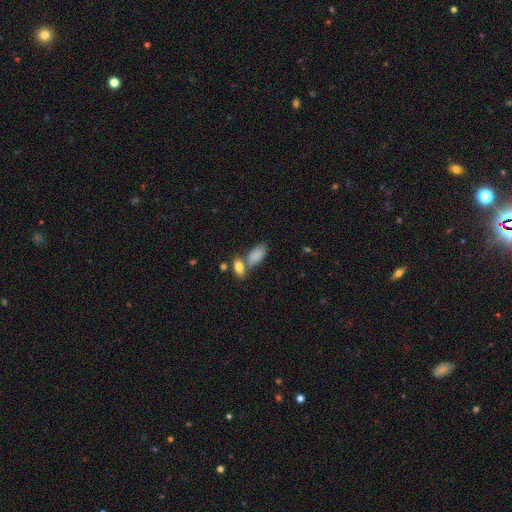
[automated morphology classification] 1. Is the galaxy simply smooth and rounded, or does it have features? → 86% smooth, 7% featured or disk, 7% star or artifact.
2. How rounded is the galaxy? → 88% in between, 8% cigar-shaped, 3% round.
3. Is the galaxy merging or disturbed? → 50% none, 31% merger, 14% minor disturbance, 5% major disturbance.